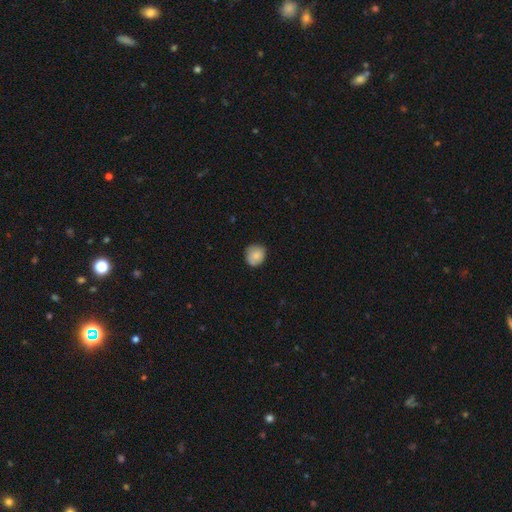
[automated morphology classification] smooth-or-featured: smooth: 84% | featured or disk: 8% | star or artifact: 8%
  how-rounded: round: 84% | in between: 16% | cigar-shaped: 1%
  merging: none: 77% | minor disturbance: 18% | major disturbance: 3% | merger: 2%